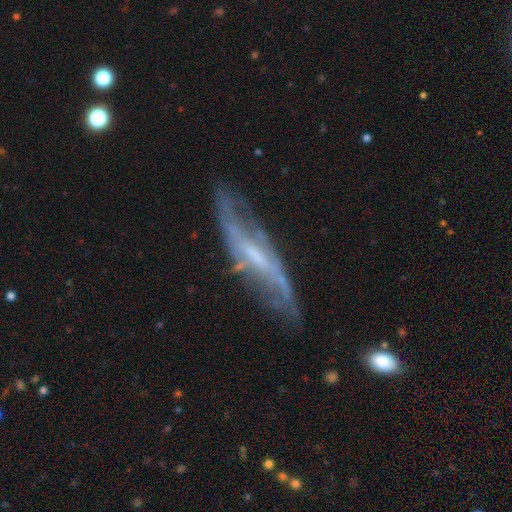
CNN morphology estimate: Smooth or featured: featured or disk — 78% (smooth — 15%)
Edge-on disk: no — 64% (yes — 36%)
Merging: none — 67% (minor disturbance — 21%)